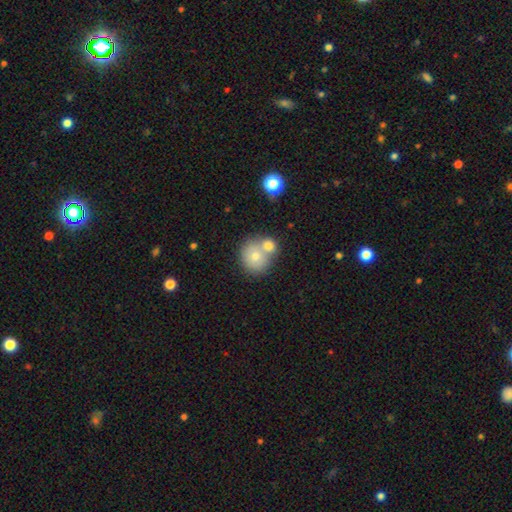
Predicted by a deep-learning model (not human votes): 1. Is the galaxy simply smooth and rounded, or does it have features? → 74% smooth, 17% featured or disk, 9% star or artifact.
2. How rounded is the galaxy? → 83% round, 16% in between, 1% cigar-shaped.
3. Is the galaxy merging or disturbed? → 53% merger, 35% none, 8% minor disturbance, 3% major disturbance.